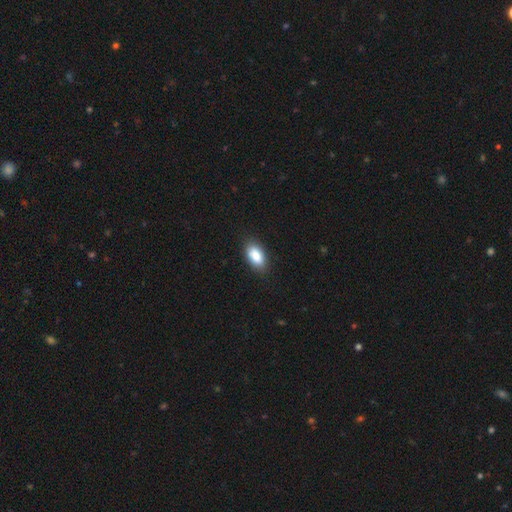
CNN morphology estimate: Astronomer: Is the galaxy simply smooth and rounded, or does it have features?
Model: smooth — 85%.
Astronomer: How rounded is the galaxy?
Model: in between — 91%.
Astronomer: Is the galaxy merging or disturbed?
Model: none — 84%.